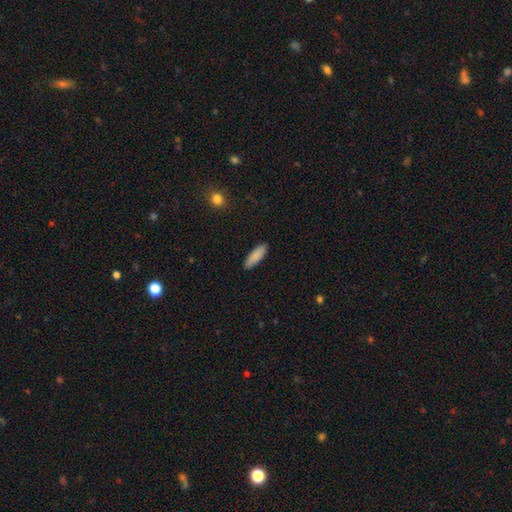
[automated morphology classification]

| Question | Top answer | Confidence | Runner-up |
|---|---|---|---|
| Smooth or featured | smooth | 89% | star or artifact (6%) |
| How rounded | in between | 51% | cigar-shaped (47%) |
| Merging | none | 90% | minor disturbance (8%) |